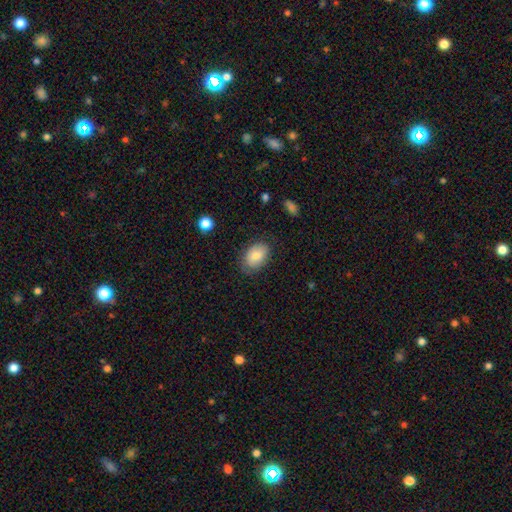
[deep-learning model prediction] smooth 77%, featured or disk 16%, star or artifact 7%. Down the decision tree: how rounded — in between (82%); merging — none (75%).